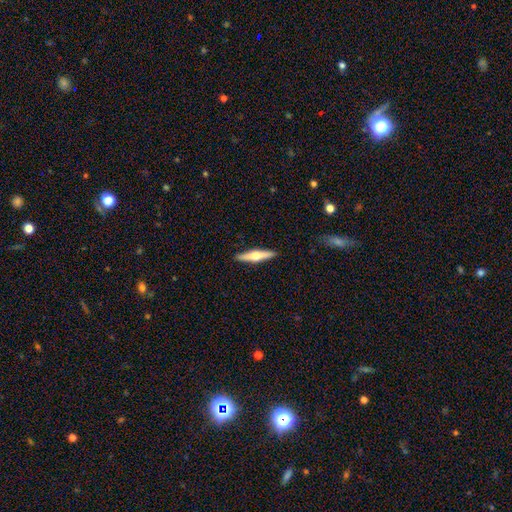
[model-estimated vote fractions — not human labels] Smooth or featured? featured or disk (58%)
Edge-on disk? yes (96%)
Edge-on bulge? rounded (94%)
Merging? none (91%)